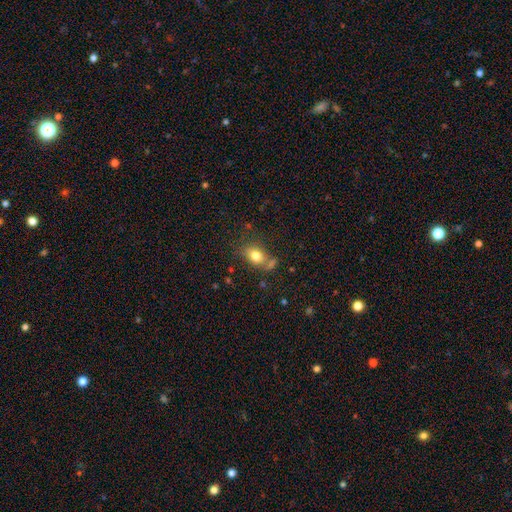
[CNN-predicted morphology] A smooth galaxy with no disk features (78%) that is in between round and cigar-shaped (70%).

Vote fractions:
- Smooth or featured? smooth: 78% / featured or disk: 11% / star or artifact: 11%
- How rounded? in between: 70% / round: 29% / cigar-shaped: 2%
- Merging? none: 61% / minor disturbance: 18% / merger: 14% / major disturbance: 7%